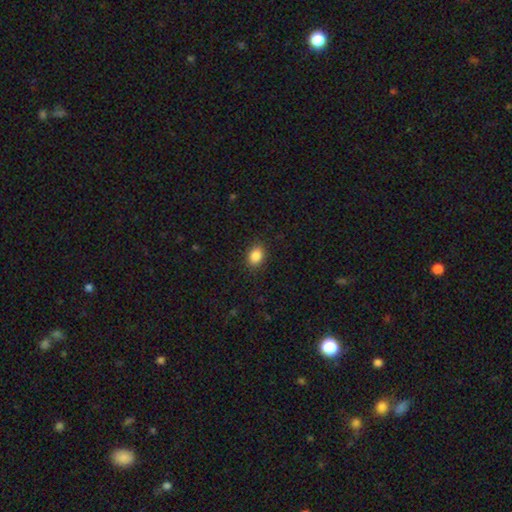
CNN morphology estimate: Q: Smooth or featured?
A: smooth (87%); runner-up: star or artifact (9%)
Q: How rounded?
A: in between (67%); runner-up: round (32%)
Q: Merging?
A: none (89%); runner-up: minor disturbance (8%)